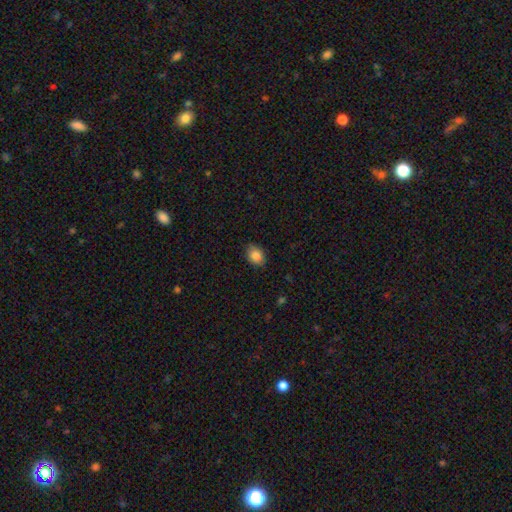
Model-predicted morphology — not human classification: Smooth or featured? Predicted: smooth (p=0.86). How rounded? Predicted: in between (p=0.70). Merging? Predicted: none (p=0.82).